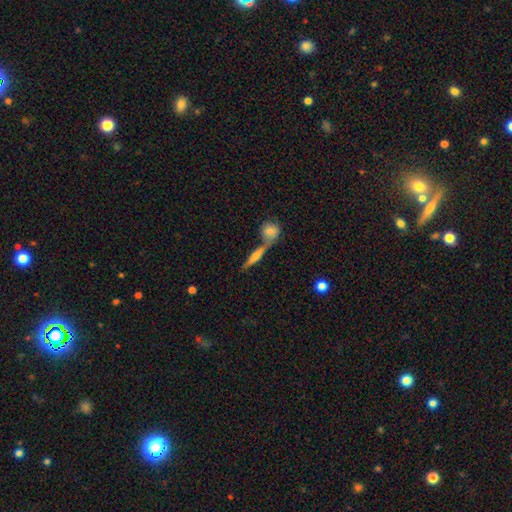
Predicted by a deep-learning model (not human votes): A featured or disk galaxy (53%) viewed edge-on (89%). Merging: none (53%).